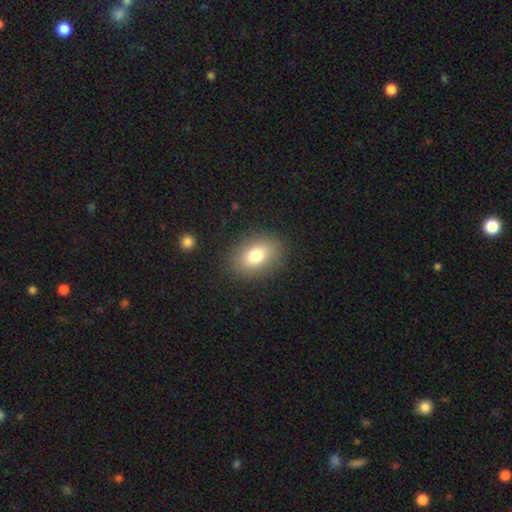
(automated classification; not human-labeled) This is likely a smooth galaxy (79%). How rounded: likely in between (78%). Merging: clearly none (86%).